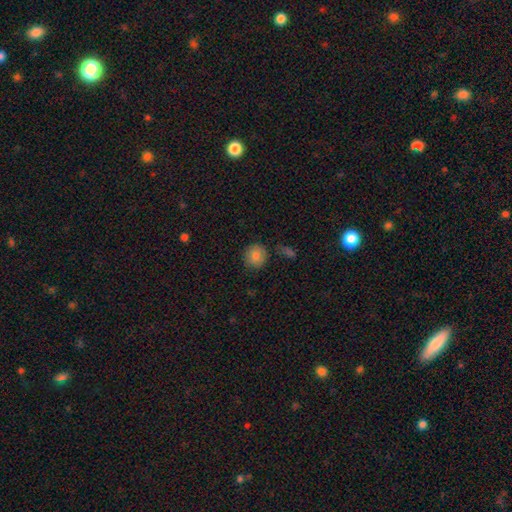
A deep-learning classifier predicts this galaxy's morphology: smooth-or-featured: smooth: 84% | star or artifact: 9% | featured or disk: 7%
  how-rounded: round: 90% | in between: 9% | cigar-shaped: 1%
  merging: none: 84% | minor disturbance: 10% | merger: 3% | major disturbance: 3%